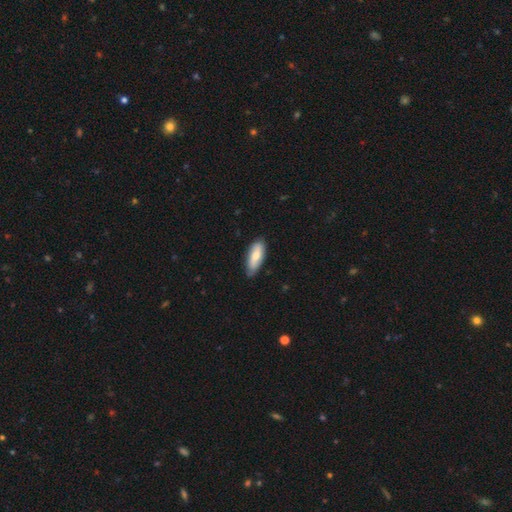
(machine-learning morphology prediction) This appears to be a smooth galaxy with no disk features (72%) that is in between round and cigar-shaped (70%). Merging: none (81%).